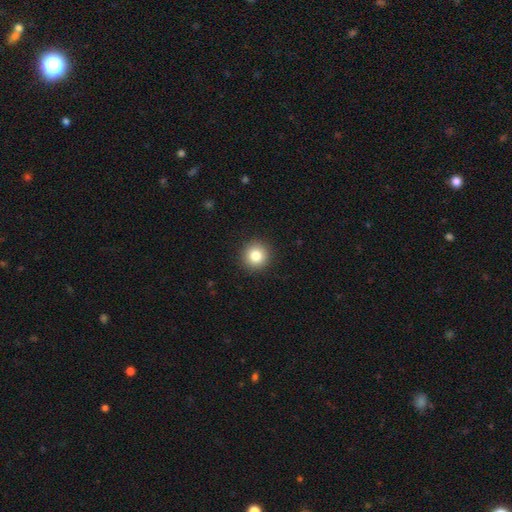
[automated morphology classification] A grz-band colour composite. It shows a smooth galaxy with no disk features (83%) that is round (94%). Merging: none (92%).